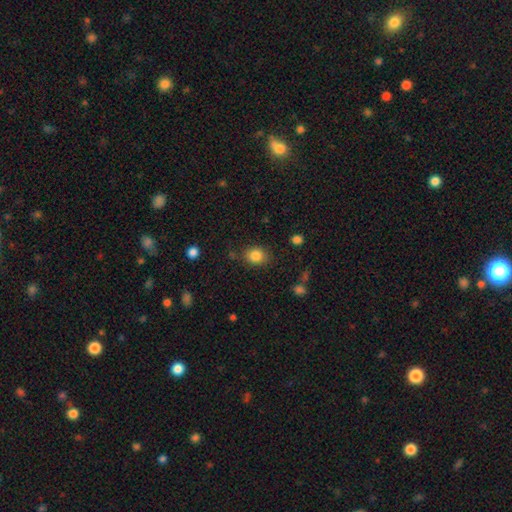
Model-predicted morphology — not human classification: smooth 85%, star or artifact 10%, featured or disk 5%. Down the decision tree: how rounded — round (65%); merging — none (81%).